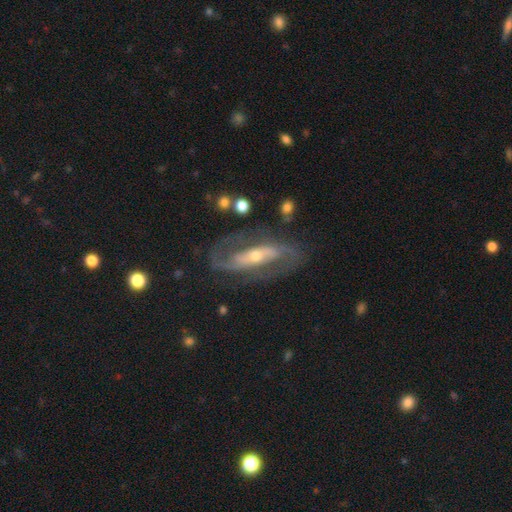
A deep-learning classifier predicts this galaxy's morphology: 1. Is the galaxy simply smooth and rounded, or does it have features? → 86% featured or disk, 9% smooth, 6% star or artifact.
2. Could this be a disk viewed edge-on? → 90% no, 10% yes.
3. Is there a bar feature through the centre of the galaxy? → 49% strong, 25% weak, 25% no.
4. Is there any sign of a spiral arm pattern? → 91% yes, 9% no.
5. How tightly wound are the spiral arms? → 47% medium, 29% tight, 24% loose.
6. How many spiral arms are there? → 86% 2, 7% can't tell, 3% 1, 2% 3, 1% 4, 1% more than 4.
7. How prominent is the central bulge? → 52% small, 42% moderate, 3% large, 1% none, 1% dominant.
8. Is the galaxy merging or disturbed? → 72% none, 15% minor disturbance, 11% major disturbance, 2% merger.